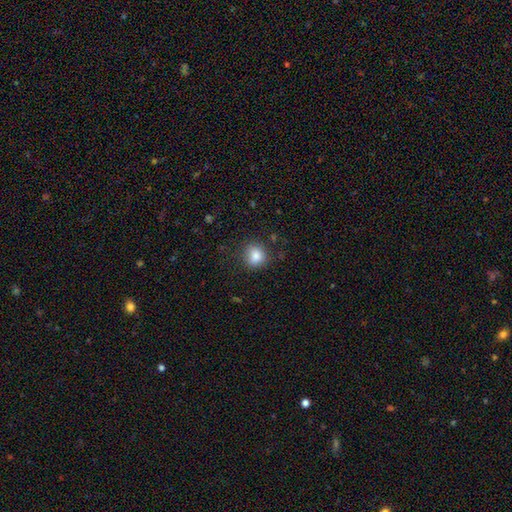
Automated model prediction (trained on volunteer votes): Smooth or featured: smooth — 84% (star or artifact — 10%)
How rounded: round — 76% (in between — 23%)
Merging: none — 81% (minor disturbance — 13%)